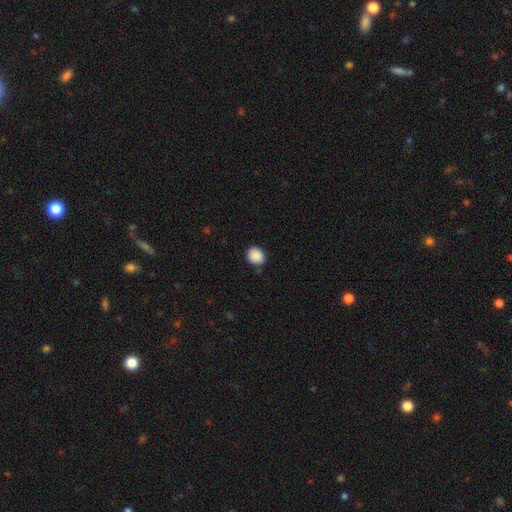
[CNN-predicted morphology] Q: Smooth or featured?
A: smooth (89%); runner-up: star or artifact (8%)
Q: How rounded?
A: round (63%); runner-up: in between (36%)
Q: Merging?
A: none (84%); runner-up: minor disturbance (11%)